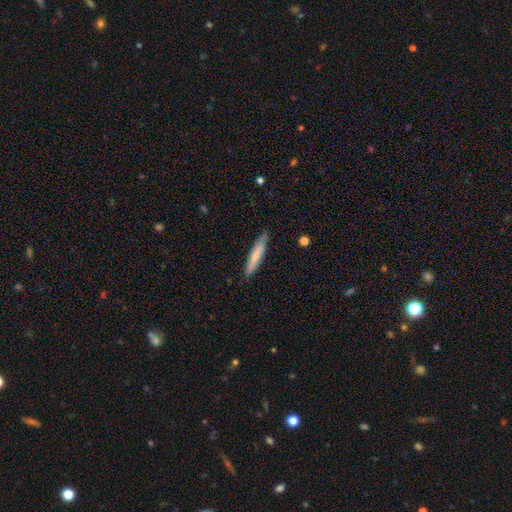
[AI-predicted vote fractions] Overall: smooth (68%). How rounded: cigar-shaped (91%). Merging: none (84%).